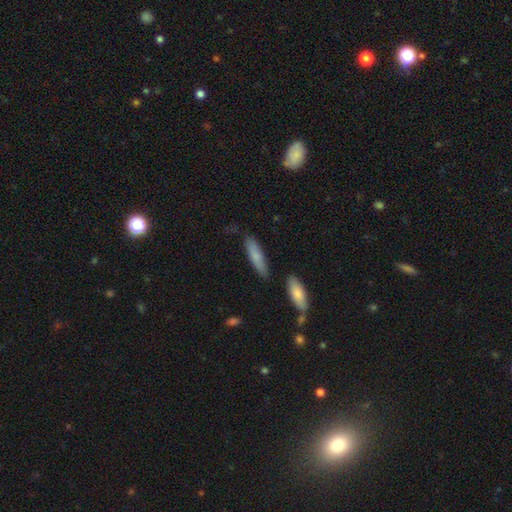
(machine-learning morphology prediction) Smooth or featured: smooth — 77% (featured or disk — 17%)
How rounded: cigar-shaped — 72% (in between — 26%)
Merging: none — 76% (minor disturbance — 16%)